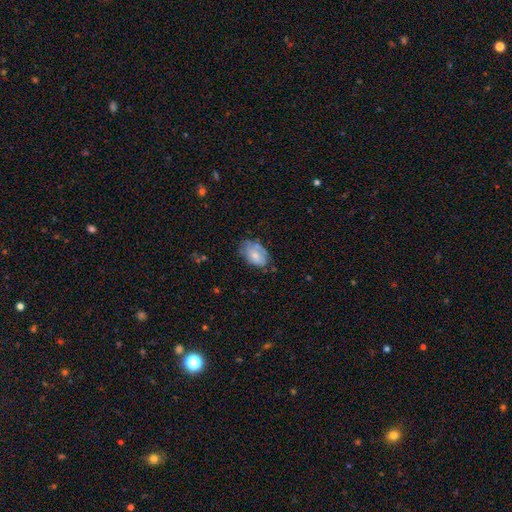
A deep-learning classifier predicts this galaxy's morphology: type=smooth (64%); roundness=in between (89%); merging=none (57%).